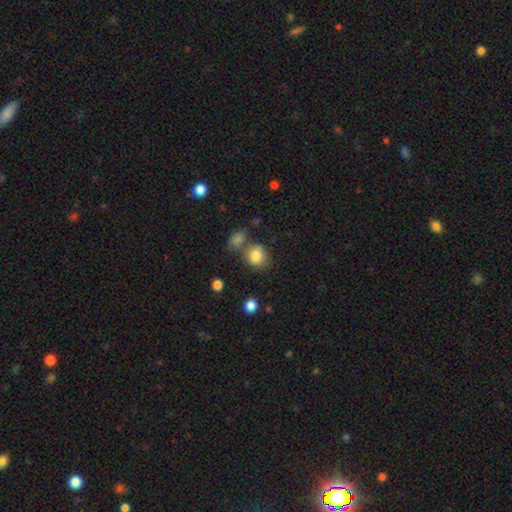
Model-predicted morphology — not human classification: smooth-or-featured: smooth: 83% | star or artifact: 10% | featured or disk: 8%
  how-rounded: round: 70% | in between: 29% | cigar-shaped: 1%
  merging: none: 61% | merger: 19% | minor disturbance: 14% | major disturbance: 5%